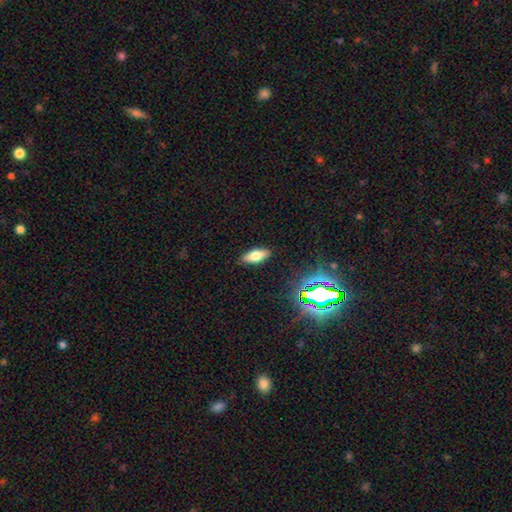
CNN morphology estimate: Overall: smooth (67%). How rounded: in between (75%). Merging: none (88%).